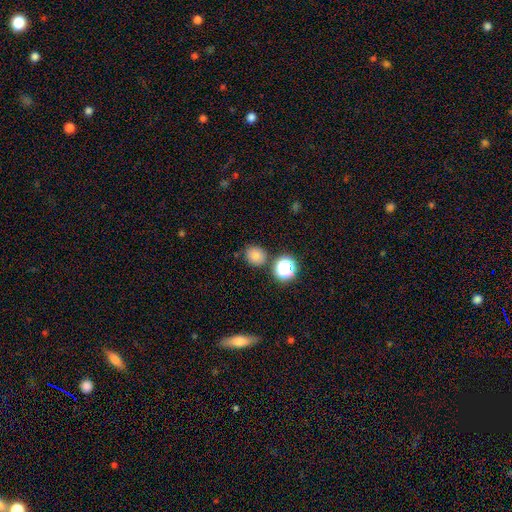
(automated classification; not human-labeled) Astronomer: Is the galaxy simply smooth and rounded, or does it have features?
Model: smooth — 74%.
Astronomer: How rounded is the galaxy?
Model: round — 82%.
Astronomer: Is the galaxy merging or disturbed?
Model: none — 82%.